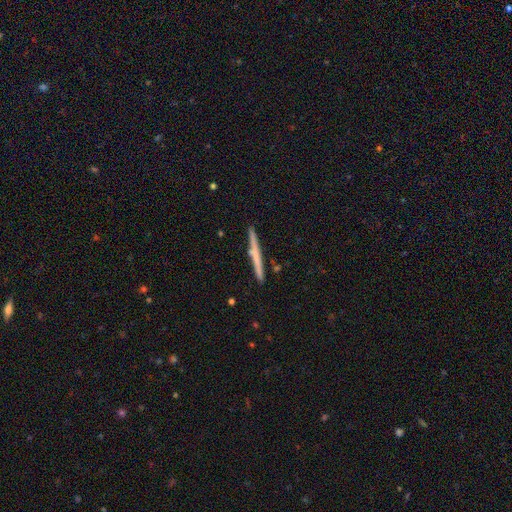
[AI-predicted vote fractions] Smooth or featured? Predicted: featured or disk (p=0.51). Edge-on disk? Predicted: yes (p=0.98). Merging? Predicted: none (p=0.89).